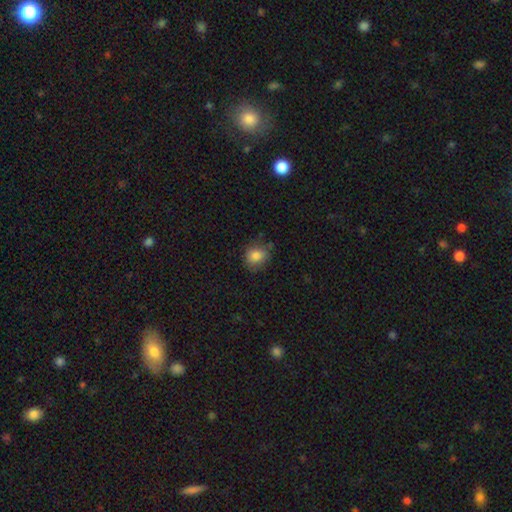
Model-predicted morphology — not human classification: The model was most divided on "how rounded": round: 67%, in between: 32%, cigar-shaped: 1%. More confident: smooth or featured — smooth (84%); merging — none (71%).